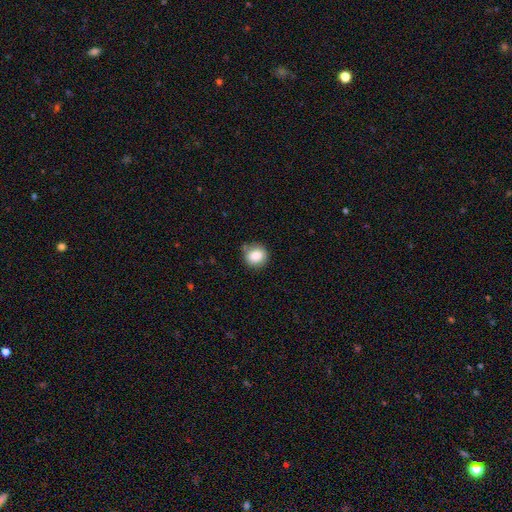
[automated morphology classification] Smooth or featured? smooth (86%)
How rounded? round (85%)
Merging? none (75%)